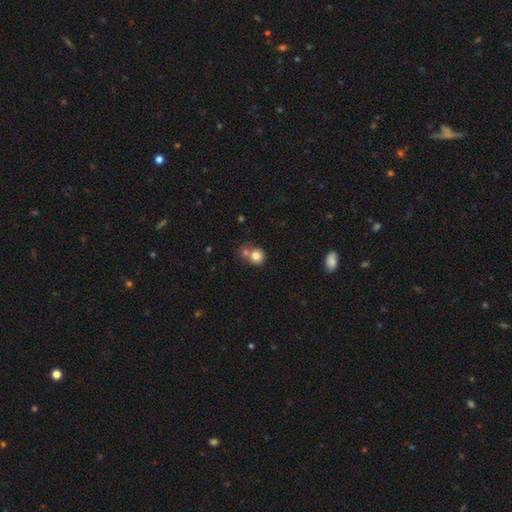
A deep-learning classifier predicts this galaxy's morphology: smooth 81%, star or artifact 10%, featured or disk 9%. Down the decision tree: how rounded — round (84%); merging — none (45%).